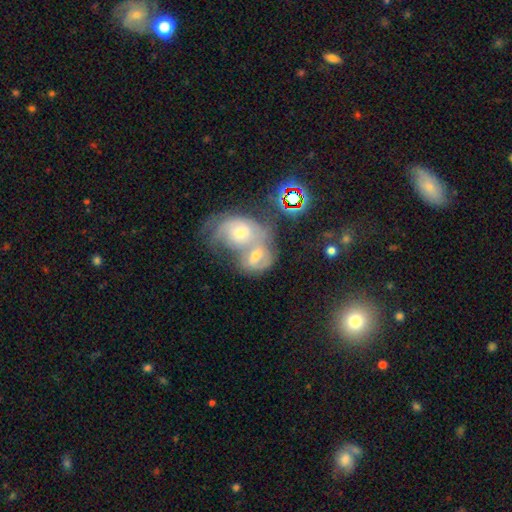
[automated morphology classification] type=featured or disk (59%); edge-on=no (96%); bar=no (54%); spiral arms=yes (77%); bulge=moderate (57%); merging=merger (76%).